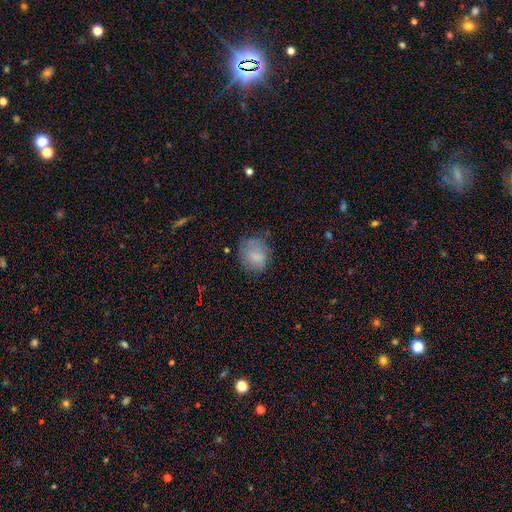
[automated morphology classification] This appears to be a smooth galaxy with no disk features (73%) that is round (55%). Merging: none (59%).